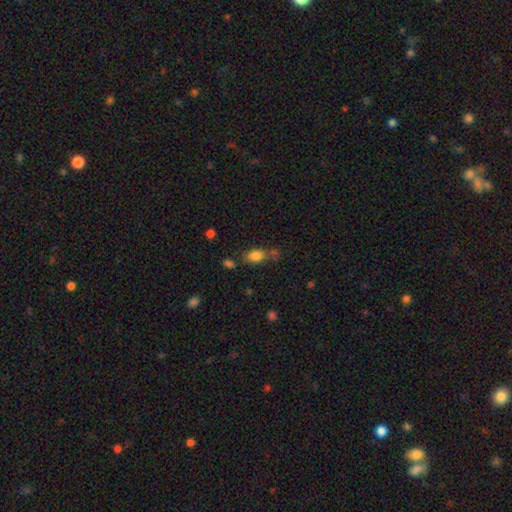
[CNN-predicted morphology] Q: Smooth or featured?
A: smooth (80%); runner-up: star or artifact (11%)
Q: How rounded?
A: in between (73%); runner-up: round (22%)
Q: Merging?
A: none (43%); runner-up: minor disturbance (23%)